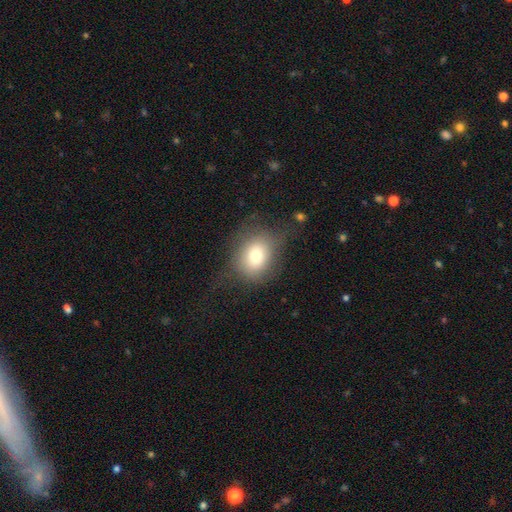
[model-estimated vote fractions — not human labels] Smooth or featured? Predicted: smooth (p=0.71). How rounded? Predicted: round (p=0.57). Merging? Predicted: none (p=0.60).